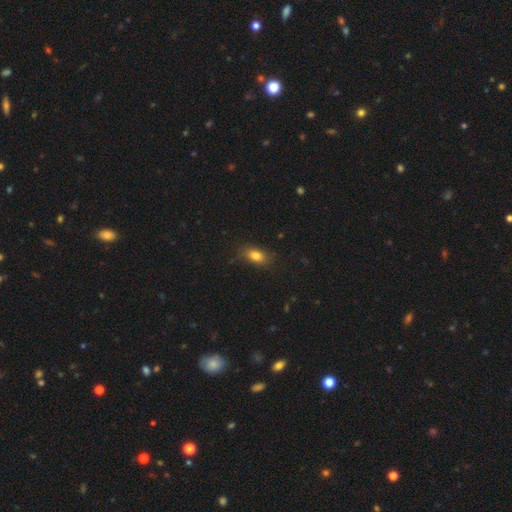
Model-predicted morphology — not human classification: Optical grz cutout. It shows a smooth galaxy with no disk features (81%) that is in between round and cigar-shaped (85%). Merging: none (79%).